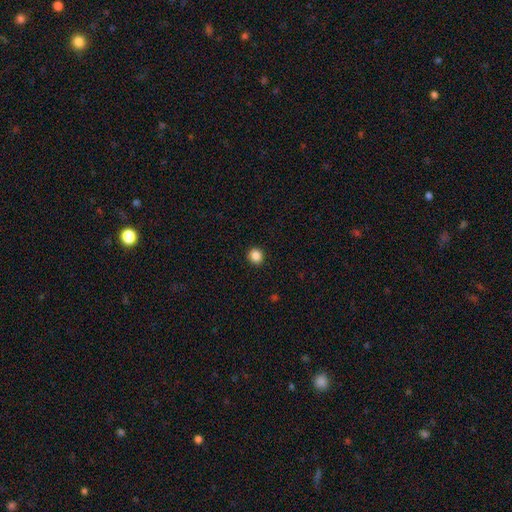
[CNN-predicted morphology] Smooth or featured: smooth — 86% (star or artifact — 10%)
How rounded: round — 89% (in between — 10%)
Merging: none — 93% (minor disturbance — 5%)